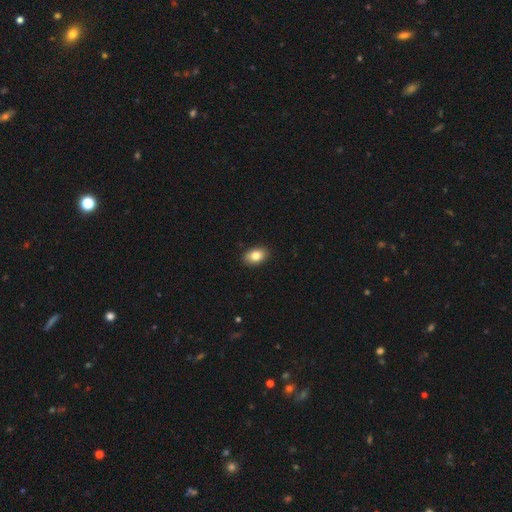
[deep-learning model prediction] smooth_or_featured: smooth (p=0.82) [alt: featured or disk p=0.10]
how_rounded: in between (p=0.89) [alt: round p=0.10]
merging: none (p=0.90) [alt: minor disturbance p=0.08]